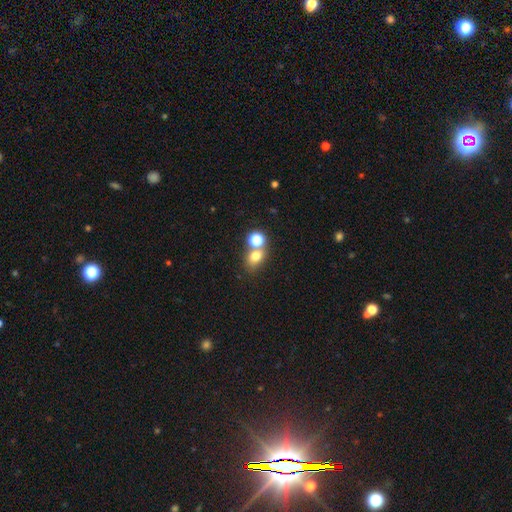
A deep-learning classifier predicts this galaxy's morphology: type=smooth (73%); roundness=round (50%); merging=none (50%).